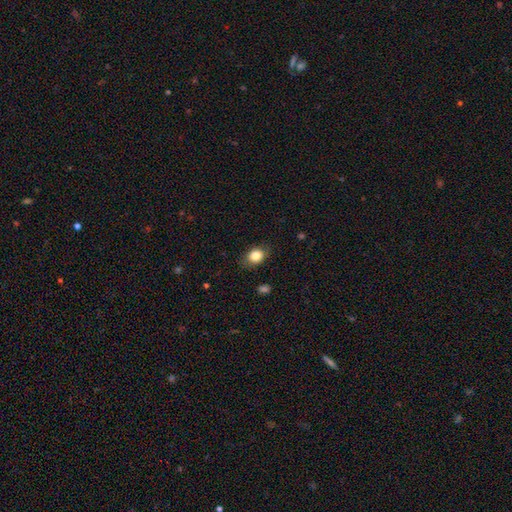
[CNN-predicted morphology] This appears to be a smooth galaxy with no disk features (84%) that is in between round and cigar-shaped (55%). Merging: none (80%).